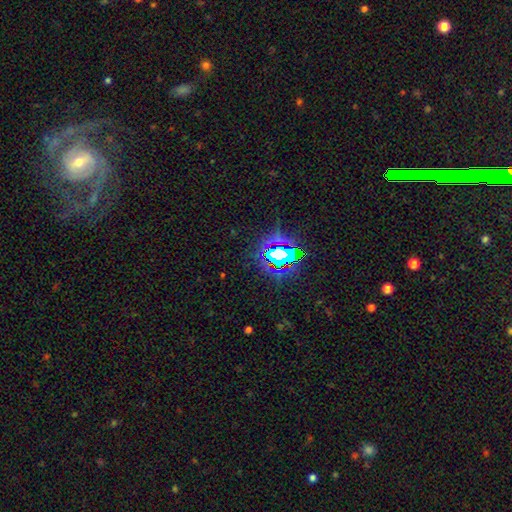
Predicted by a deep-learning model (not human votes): Smooth or featured: featured or disk — 44% (star or artifact — 39%)
Merging: none — 78% (minor disturbance — 11%)